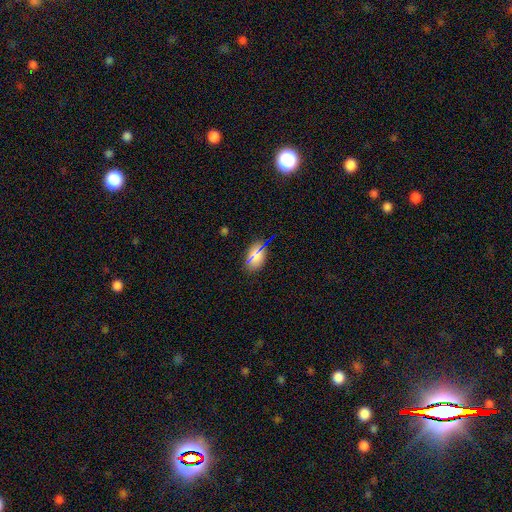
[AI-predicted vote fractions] Overall: smooth (68%). How rounded: in between (86%). Merging: none (82%).